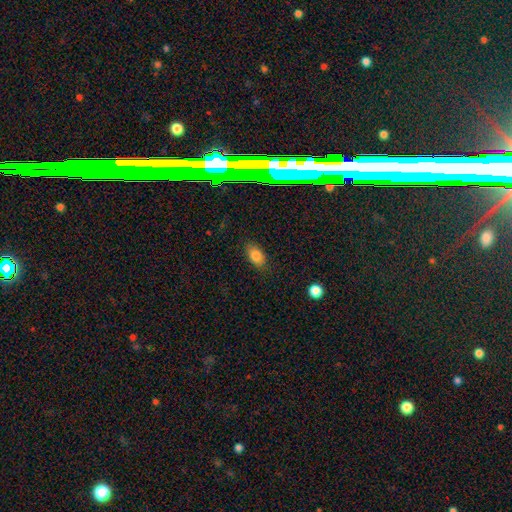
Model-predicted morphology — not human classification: type=smooth (82%); roundness=in between (87%); merging=none (84%).